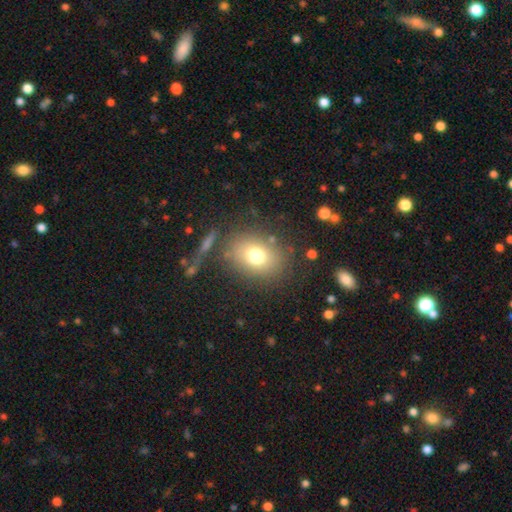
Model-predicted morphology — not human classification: This is likely a smooth galaxy (73%). How rounded: possibly round (52%). Merging: likely none (77%).